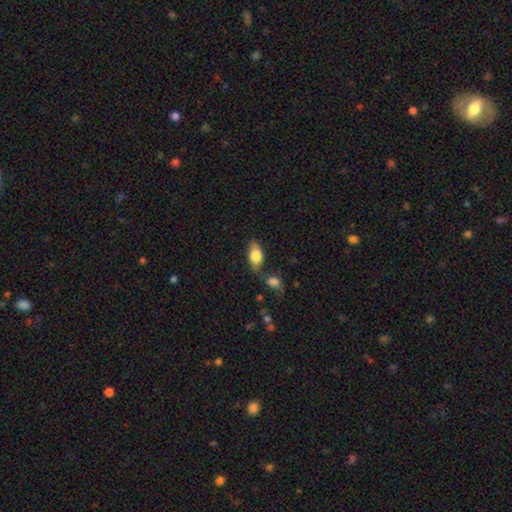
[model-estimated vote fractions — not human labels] This is likely a smooth galaxy (76%). How rounded: clearly in between (89%). Merging: possibly none (58%).